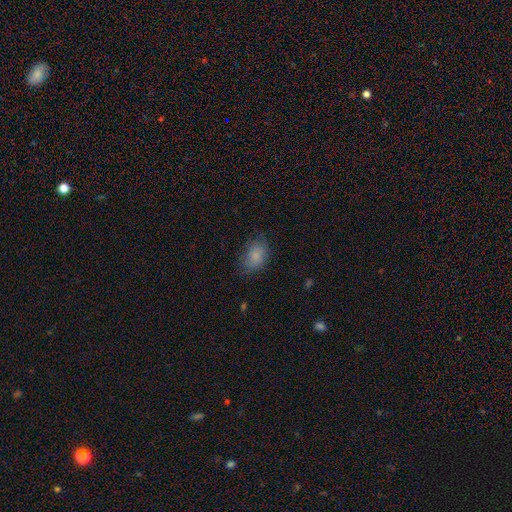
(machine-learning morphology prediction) smooth 82%, featured or disk 9%, star or artifact 9%. Down the decision tree: how rounded — in between (79%); merging — none (68%).